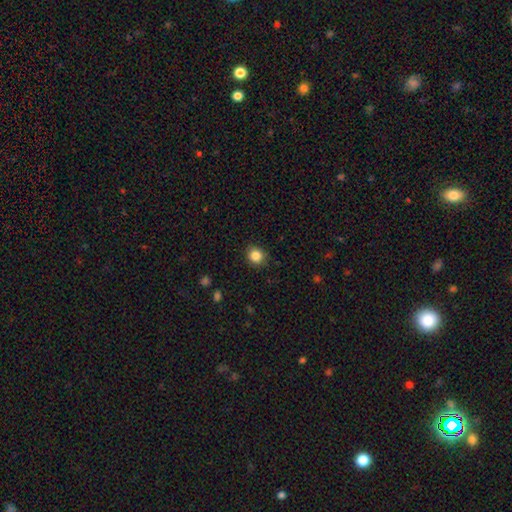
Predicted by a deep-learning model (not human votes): smooth_or_featured: smooth (p=0.86) [alt: star or artifact p=0.10]
how_rounded: round (p=0.86) [alt: in between p=0.13]
merging: none (p=0.87) [alt: minor disturbance p=0.09]